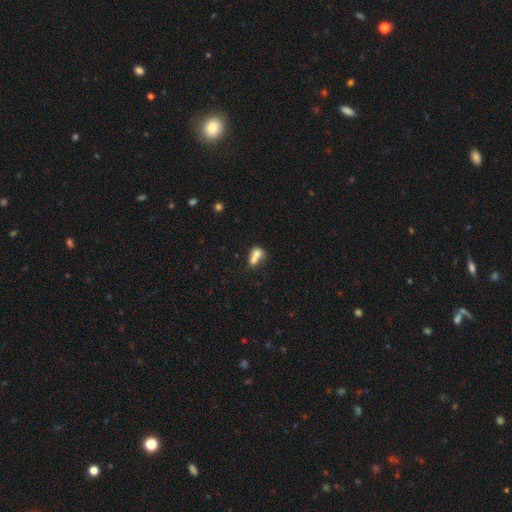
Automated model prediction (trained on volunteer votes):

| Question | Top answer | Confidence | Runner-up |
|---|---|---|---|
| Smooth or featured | smooth | 70% | featured or disk (19%) |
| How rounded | in between | 65% | round (26%) |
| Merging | merger | 60% | none (22%) |